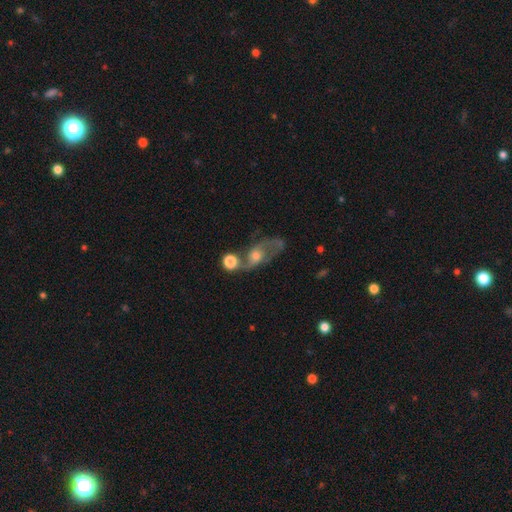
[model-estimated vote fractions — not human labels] smooth_or_featured: featured or disk (p=0.70) [alt: smooth p=0.20]
disk_edge_on: no (p=0.93) [alt: yes p=0.07]
bar: no (p=0.68) [alt: weak p=0.26]
has_spiral_arms: yes (p=0.84) [alt: no p=0.16]
spiral_winding: loose (p=0.56) [alt: medium p=0.35]
spiral_arm_count: 2 (p=0.83) [alt: can't tell p=0.07]
bulge_size: moderate (p=0.56) [alt: small p=0.31]
merging: none (p=0.40) [alt: merger p=0.25]